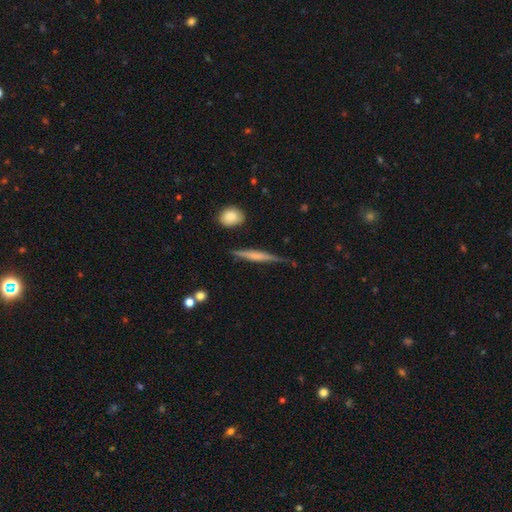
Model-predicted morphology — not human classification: A featured or disk galaxy (53%) viewed edge-on (95%) with no central bulge (41%).

Vote fractions:
- Smooth or featured? featured or disk: 53% / smooth: 41% / star or artifact: 6%
- Edge-on disk? yes: 95% / no: 5%
- Edge-on bulge? none: 41% / rounded: 34% / boxy: 25%
- Merging? none: 76% / minor disturbance: 17% / major disturbance: 4% / merger: 3%